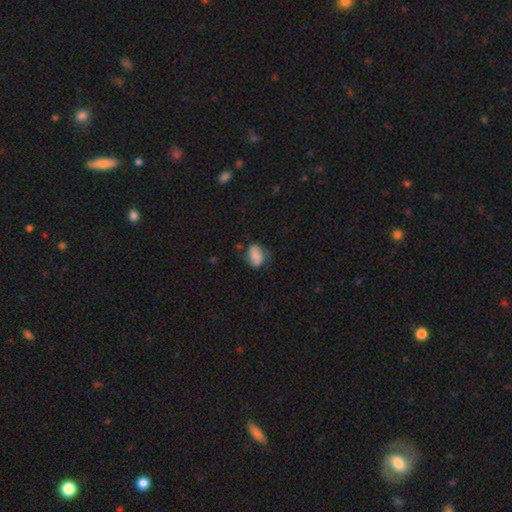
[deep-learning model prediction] Smooth or featured: smooth — 78% (featured or disk — 14%)
How rounded: in between — 84% (round — 15%)
Merging: none — 61% (minor disturbance — 29%)